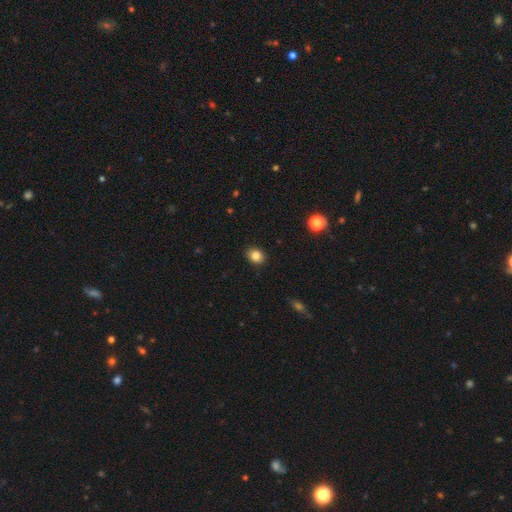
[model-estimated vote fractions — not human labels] smooth-or-featured: smooth: 84% | star or artifact: 10% | featured or disk: 5%
  how-rounded: round: 53% | in between: 47% | cigar-shaped: 1%
  merging: none: 88% | minor disturbance: 9% | major disturbance: 2% | merger: 1%